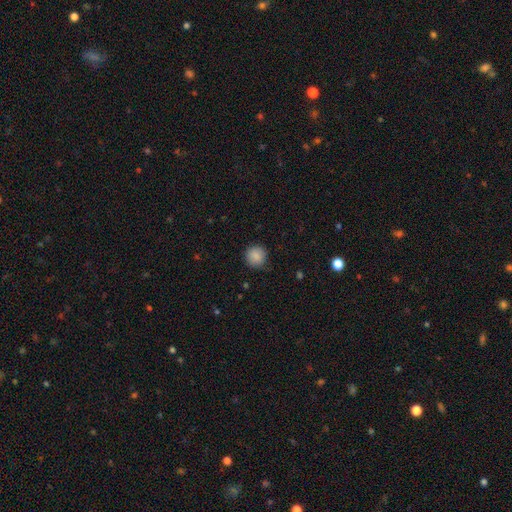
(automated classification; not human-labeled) Q: Smooth or featured?
A: smooth (87%); runner-up: star or artifact (9%)
Q: How rounded?
A: round (94%); runner-up: in between (5%)
Q: Merging?
A: none (86%); runner-up: minor disturbance (10%)